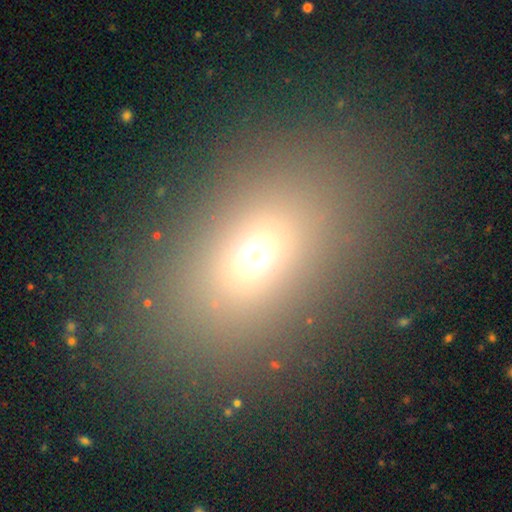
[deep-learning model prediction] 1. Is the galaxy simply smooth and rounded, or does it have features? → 68% smooth, 20% star or artifact, 12% featured or disk.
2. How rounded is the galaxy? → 72% in between, 24% round, 3% cigar-shaped.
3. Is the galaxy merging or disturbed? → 76% none, 11% minor disturbance, 8% major disturbance, 5% merger.